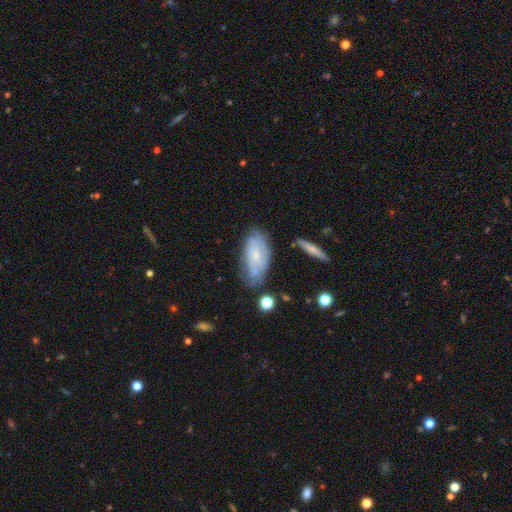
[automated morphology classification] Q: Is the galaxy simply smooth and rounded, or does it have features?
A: featured or disk — 50%.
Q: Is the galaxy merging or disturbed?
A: none — 58%.